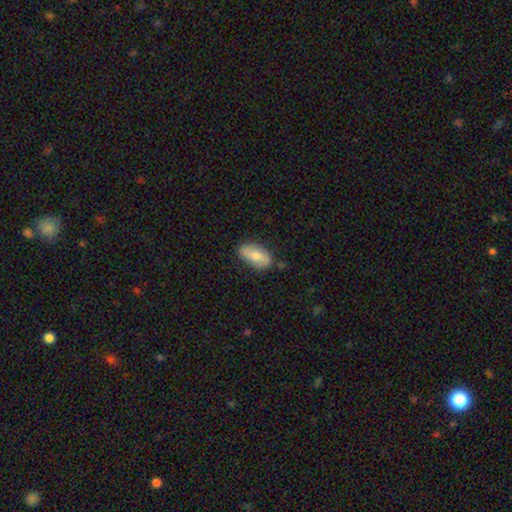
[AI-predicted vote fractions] Smooth or featured? smooth (63%)
How rounded? in between (91%)
Merging? none (77%)